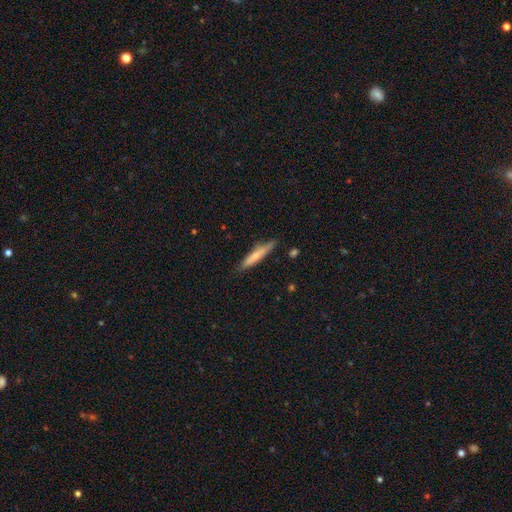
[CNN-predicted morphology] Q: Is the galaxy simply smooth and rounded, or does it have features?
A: smooth — 67%.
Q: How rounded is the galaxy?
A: cigar-shaped — 91%.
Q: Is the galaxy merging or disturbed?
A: none — 80%.